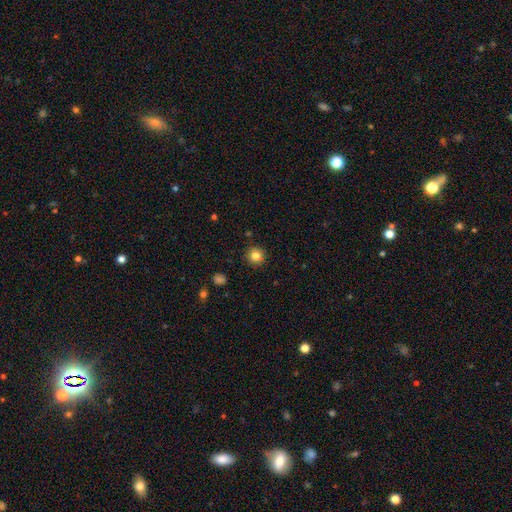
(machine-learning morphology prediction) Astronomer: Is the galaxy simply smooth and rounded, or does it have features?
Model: smooth — 83%.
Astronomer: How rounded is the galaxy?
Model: round — 94%.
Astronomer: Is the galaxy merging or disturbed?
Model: none — 91%.